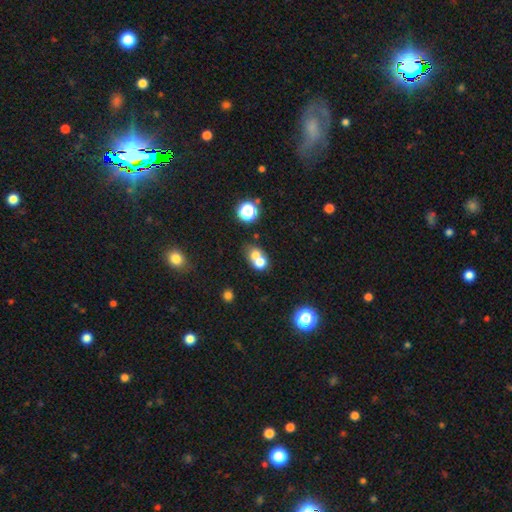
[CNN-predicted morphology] smooth-or-featured: smooth: 67% | featured or disk: 18% | star or artifact: 14%
  how-rounded: round: 68% | in between: 31% | cigar-shaped: 1%
  merging: merger: 63% | none: 28% | minor disturbance: 6% | major disturbance: 3%